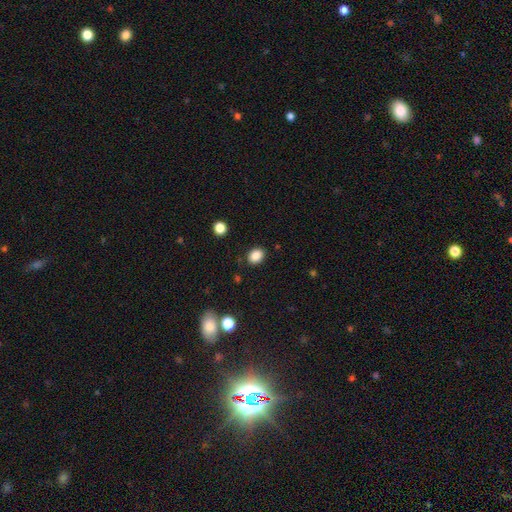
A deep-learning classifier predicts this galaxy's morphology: Smooth or featured? smooth (87%)
How rounded? in between (64%)
Merging? none (85%)